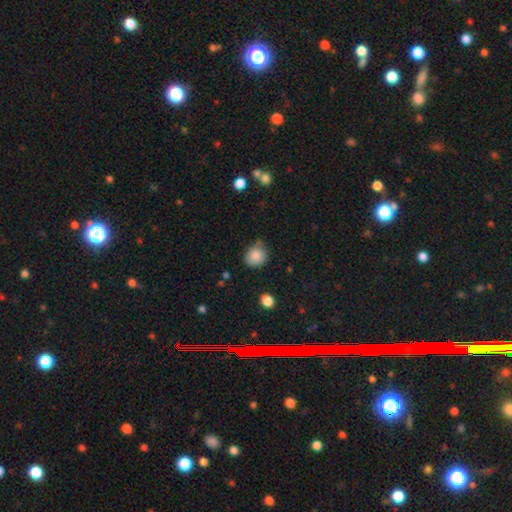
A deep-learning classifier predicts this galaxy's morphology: A smooth galaxy with no disk features (86%) that is round (74%).

Vote fractions:
- Smooth or featured? smooth: 86% / star or artifact: 9% / featured or disk: 5%
- How rounded? round: 74% / in between: 25% / cigar-shaped: 1%
- Merging? none: 65% / minor disturbance: 27% / major disturbance: 5% / merger: 3%